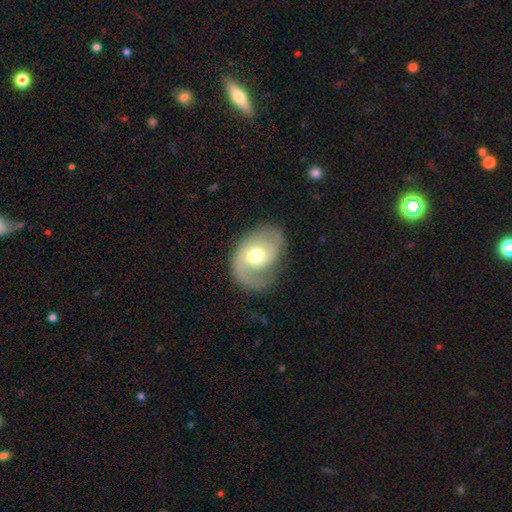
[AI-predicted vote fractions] Smooth or featured?
  - featured or disk: 67% *
  - smooth: 27%
  - star or artifact: 6%
Edge-on disk?
  - no: 96% *
  - yes: 4%
Bar?
  - no: 66% *
  - weak: 29%
  - strong: 5%
Spiral arms?
  - yes: 84% *
  - no: 16%
Spiral winding?
  - medium: 41% *
  - tight: 32%
  - loose: 27%
Spiral arm count?
  - 2: 52% *
  - 1: 33%
  - can't tell: 11%
  - 3: 2%
  - 4: 1%
  - more than 4: 1%
Bulge size?
  - moderate: 69% *
  - large: 17%
  - small: 11%
  - dominant: 2%
  - none: 1%
Merging?
  - none: 62% *
  - minor disturbance: 22%
  - major disturbance: 14%
  - merger: 2%